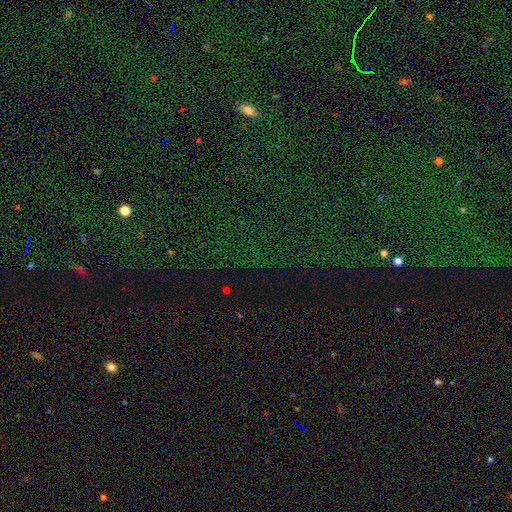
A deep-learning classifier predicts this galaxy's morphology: smooth_or_featured: star or artifact (p=0.80) [alt: smooth p=0.12]